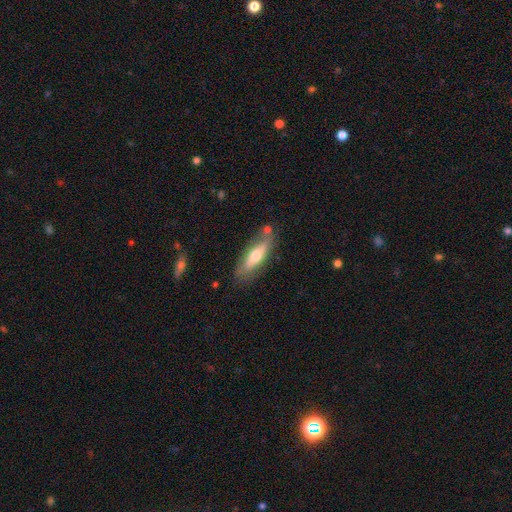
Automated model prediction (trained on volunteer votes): The model was most divided on "how rounded": cigar-shaped: 54%, in between: 44%, round: 2%. More confident: merging — none (72%); smooth or featured — smooth (53%).